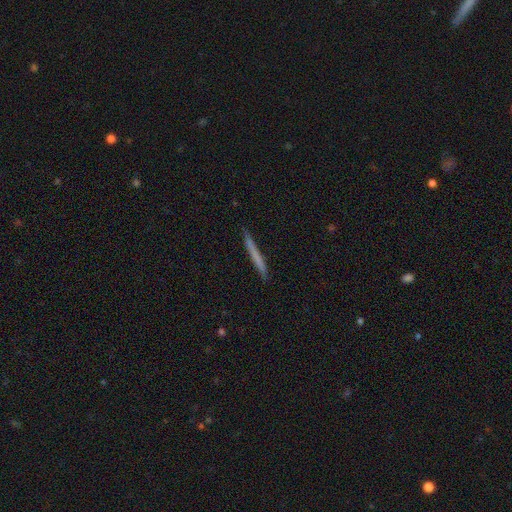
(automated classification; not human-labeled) Smooth or featured? Predicted: smooth (p=0.61). How rounded? Predicted: cigar-shaped (p=0.97). Merging? Predicted: none (p=0.90).